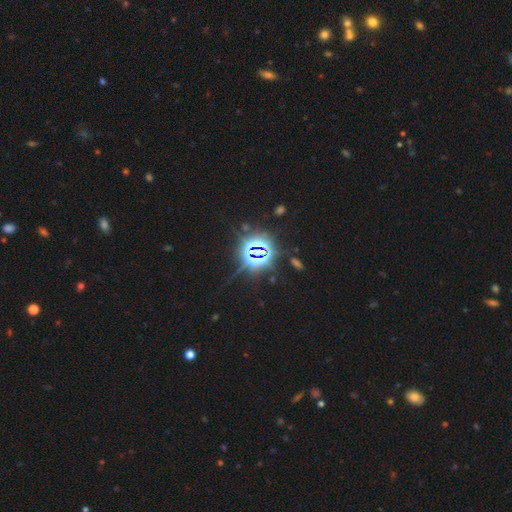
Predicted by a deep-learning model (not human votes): This is clearly a star or artifact rather than a galaxy (84%).